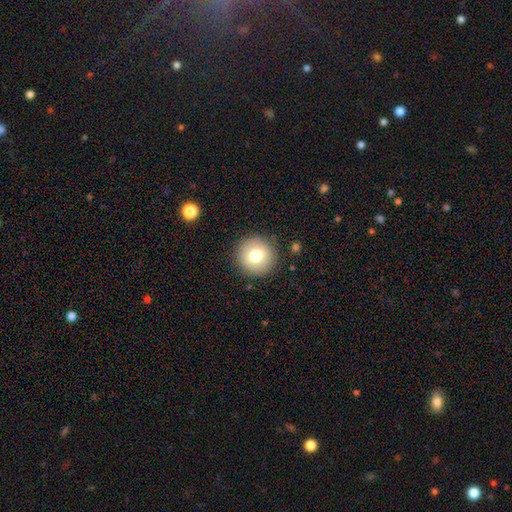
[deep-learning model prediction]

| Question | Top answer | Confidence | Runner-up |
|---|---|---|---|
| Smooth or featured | smooth | 75% | featured or disk (15%) |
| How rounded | round | 95% | in between (4%) |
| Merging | none | 90% | minor disturbance (7%) |